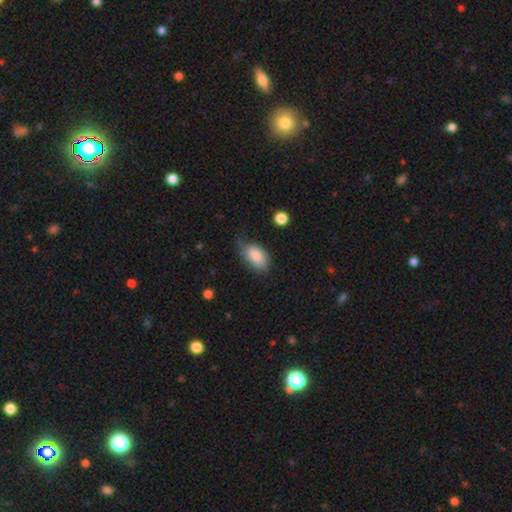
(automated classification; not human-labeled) Smooth or featured? Predicted: smooth (p=0.84). How rounded? Predicted: in between (p=0.92). Merging? Predicted: none (p=0.57).